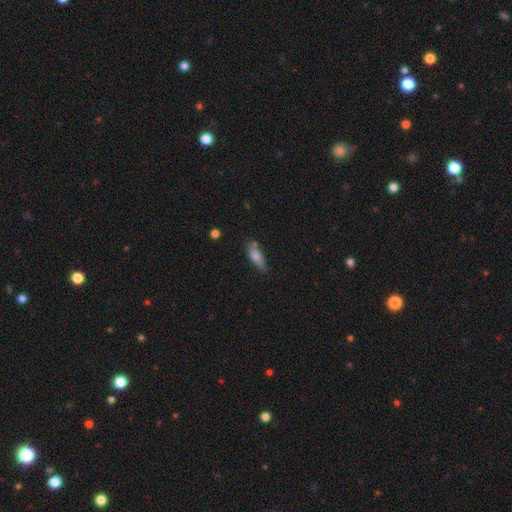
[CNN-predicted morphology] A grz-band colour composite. It shows a smooth galaxy with no disk features (72%) that is in between round and cigar-shaped (56%). Merging: none (66%).